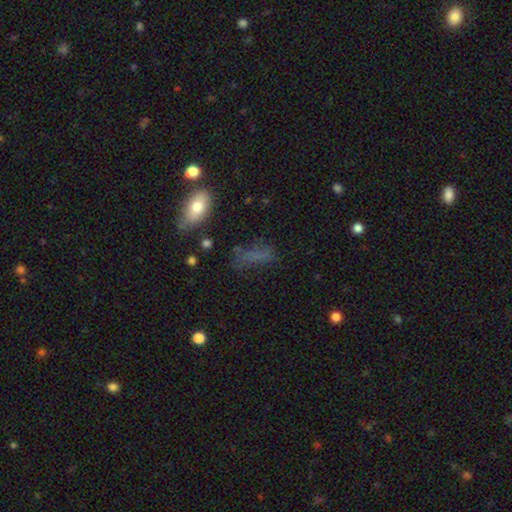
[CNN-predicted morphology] Smooth or featured? Predicted: smooth (p=0.66). How rounded? Predicted: in between (p=0.58). Merging? Predicted: none (p=0.53).